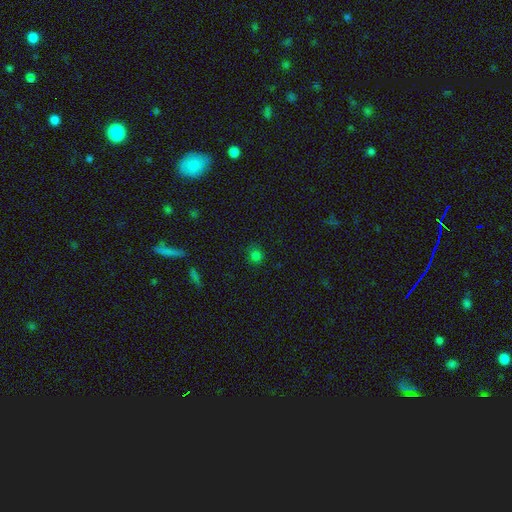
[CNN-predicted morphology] Smooth or featured? smooth (76%)
How rounded? round (82%)
Merging? none (83%)